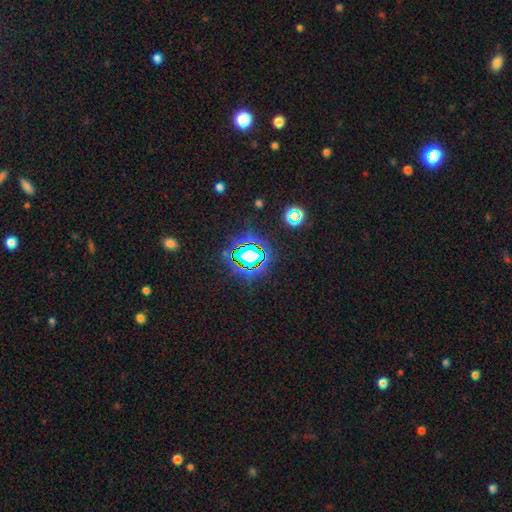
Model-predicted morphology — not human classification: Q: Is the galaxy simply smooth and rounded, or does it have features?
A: star or artifact — 72%.